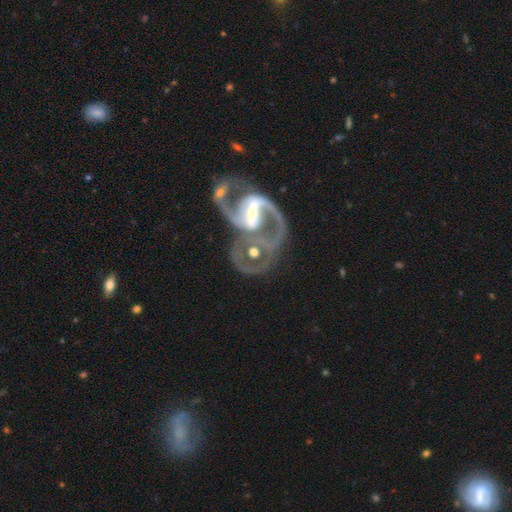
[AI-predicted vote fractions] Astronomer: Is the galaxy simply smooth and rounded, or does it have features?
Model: featured or disk — 86%.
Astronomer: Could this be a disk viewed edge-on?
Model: no — 97%.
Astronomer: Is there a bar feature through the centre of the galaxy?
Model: weak — 39% (runner-up: strong, 37%).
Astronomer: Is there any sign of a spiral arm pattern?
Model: yes — 88%.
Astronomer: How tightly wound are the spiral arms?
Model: medium — 47% (runner-up: loose, 36%).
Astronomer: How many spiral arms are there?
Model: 2 — 75%.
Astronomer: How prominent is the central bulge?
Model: moderate — 35% (runner-up: small, 31%).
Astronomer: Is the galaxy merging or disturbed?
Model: merger — 41% (runner-up: major disturbance, 25%).